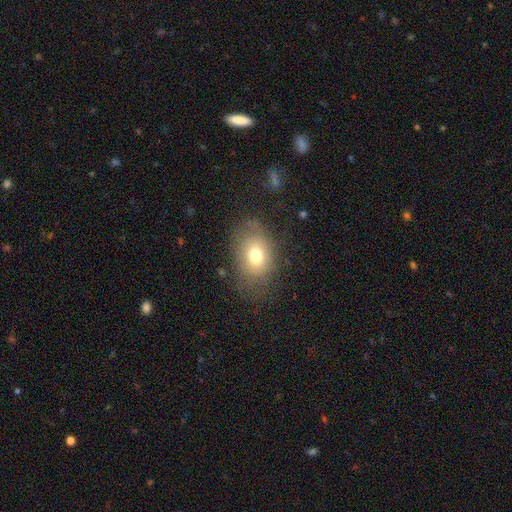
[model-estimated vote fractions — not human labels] Smooth or featured: smooth — 71% (featured or disk — 17%)
How rounded: in between — 70% (round — 29%)
Merging: none — 66% (minor disturbance — 20%)